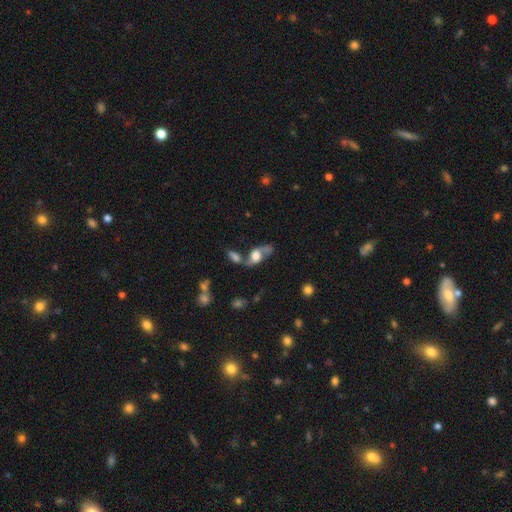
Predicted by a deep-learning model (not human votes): featured or disk 60%, smooth 30%, star or artifact 10%. Down the decision tree: edge-on disk — no (79%); merging — none (42%).